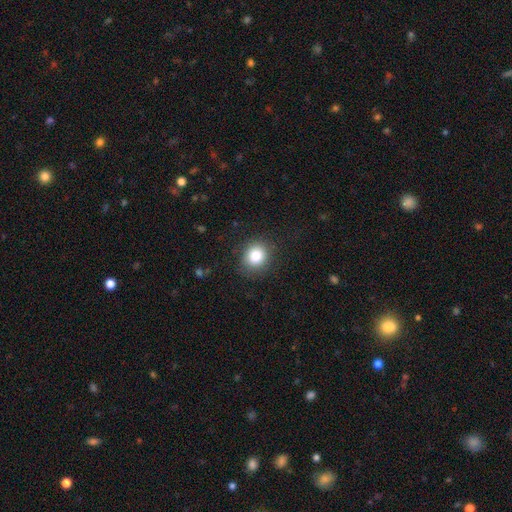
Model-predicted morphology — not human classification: smooth-or-featured: smooth: 83% | star or artifact: 10% | featured or disk: 7%
  how-rounded: round: 78% | in between: 22% | cigar-shaped: 1%
  merging: none: 87% | minor disturbance: 9% | major disturbance: 3% | merger: 1%